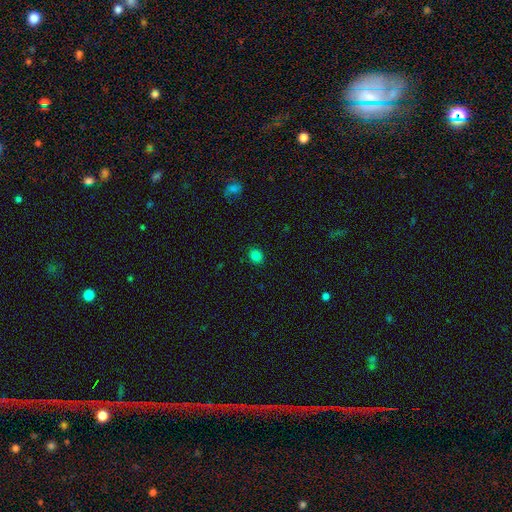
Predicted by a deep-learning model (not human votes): Overall: smooth (83%). How rounded: round (72%). Merging: none (91%).